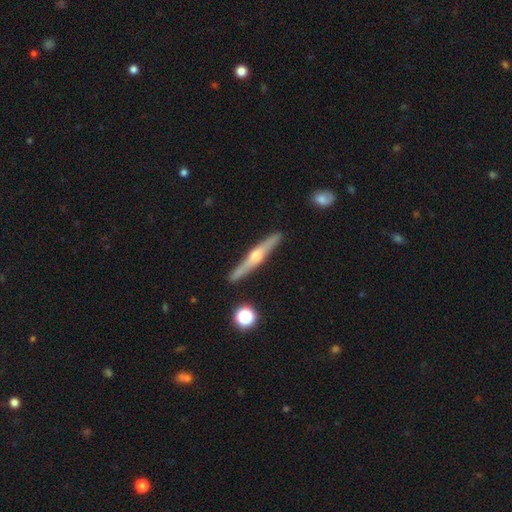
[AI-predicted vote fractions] A featured or disk galaxy (75%) viewed edge-on (98%) with a rounded central bulge (88%).

Vote fractions:
- Smooth or featured? featured or disk: 75% / smooth: 19% / star or artifact: 6%
- Edge-on disk? yes: 98% / no: 2%
- Edge-on bulge? rounded: 88% / none: 6% / boxy: 6%
- Merging? none: 89% / minor disturbance: 7% / merger: 2% / major disturbance: 2%